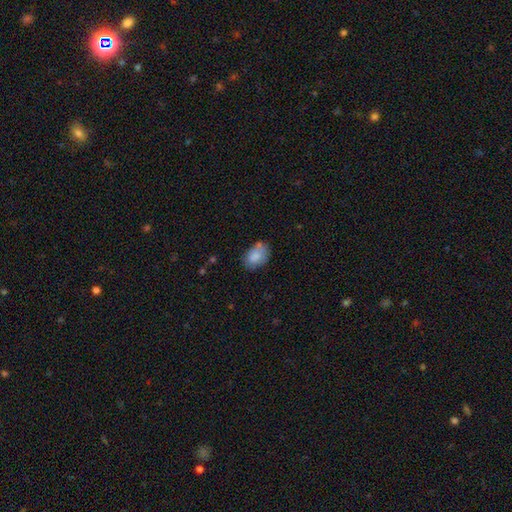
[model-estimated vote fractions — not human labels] The model was most divided on "merging": none: 63%, minor disturbance: 23%, merger: 8%, major disturbance: 6%. More confident: how rounded — in between (83%); smooth or featured — smooth (82%).